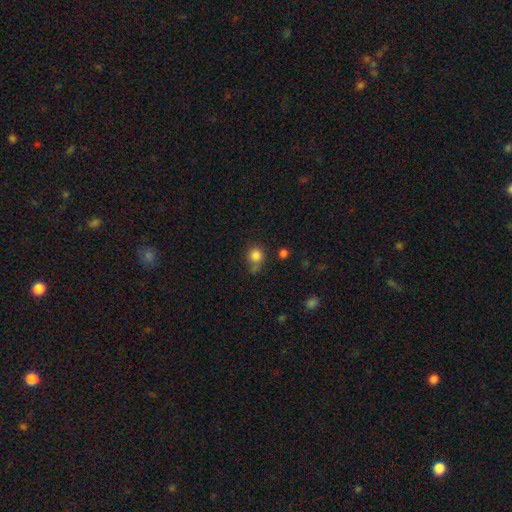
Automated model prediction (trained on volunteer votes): This appears to be a smooth galaxy with no disk features (83%) that is round (86%). Merging: none (62%).